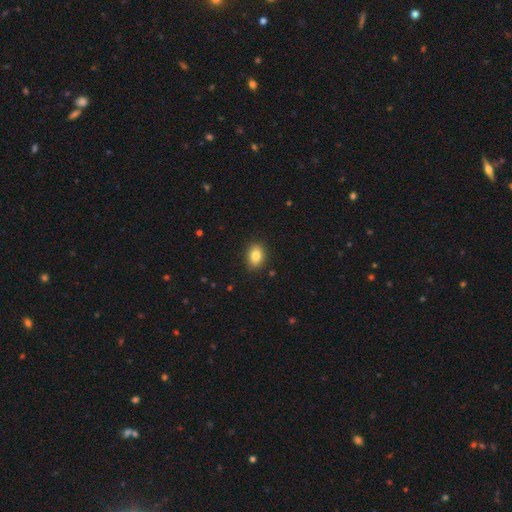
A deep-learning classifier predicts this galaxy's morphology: The model was most divided on "how rounded": in between: 72%, round: 26%, cigar-shaped: 1%. More confident: merging — none (88%); smooth or featured — smooth (84%).